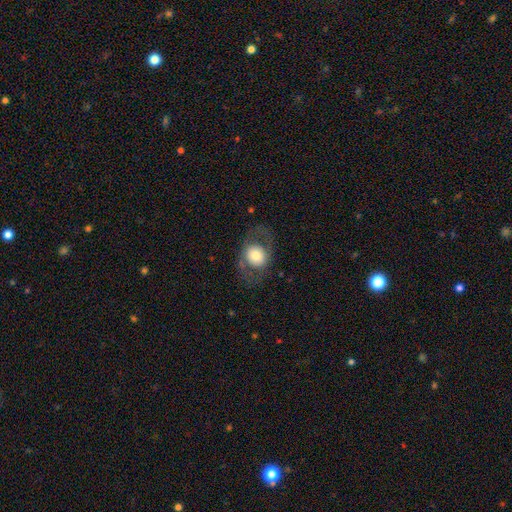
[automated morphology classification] Overall: smooth (56%; featured or disk 37%). How rounded: round (62%; in between 37%). Merging: none (71%).